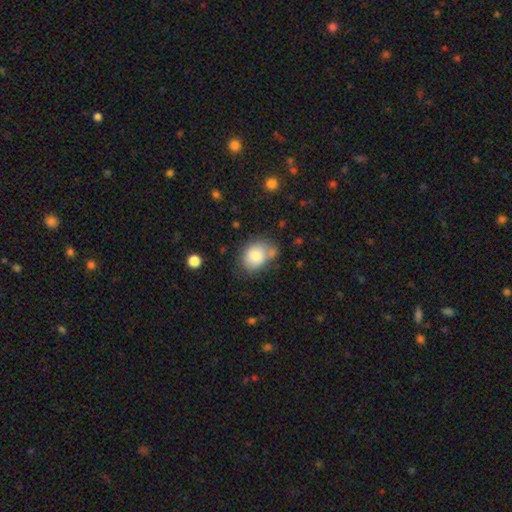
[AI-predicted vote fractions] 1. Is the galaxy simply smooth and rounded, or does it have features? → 81% smooth, 11% featured or disk, 8% star or artifact.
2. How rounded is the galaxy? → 58% in between, 41% round, 1% cigar-shaped.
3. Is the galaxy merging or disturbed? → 55% none, 24% minor disturbance, 13% merger, 8% major disturbance.